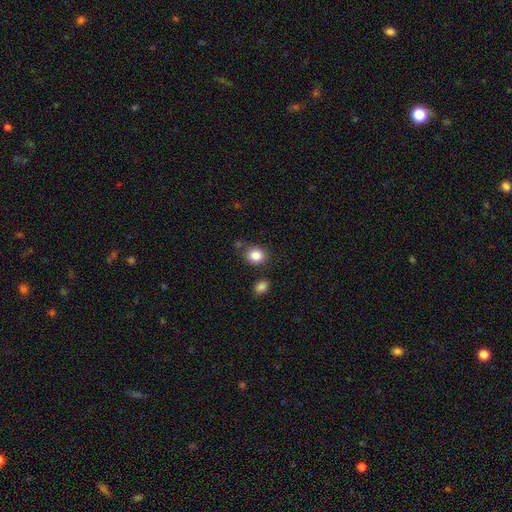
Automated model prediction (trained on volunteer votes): This appears to be a smooth galaxy with no disk features (85%) that is round (65%). Merging: none (78%).